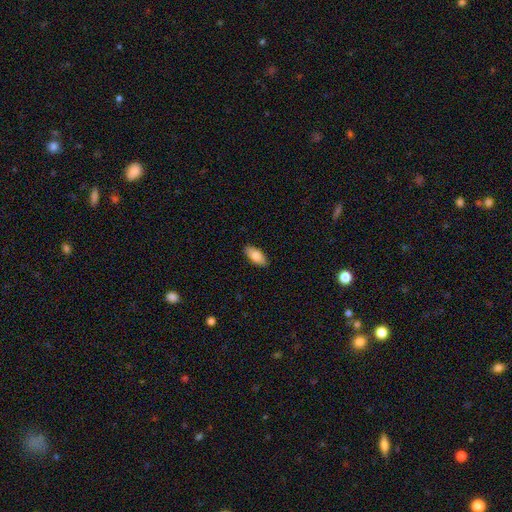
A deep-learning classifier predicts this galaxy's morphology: Smooth or featured: smooth — 83% (featured or disk — 11%)
How rounded: in between — 89% (cigar-shaped — 9%)
Merging: none — 88% (minor disturbance — 9%)